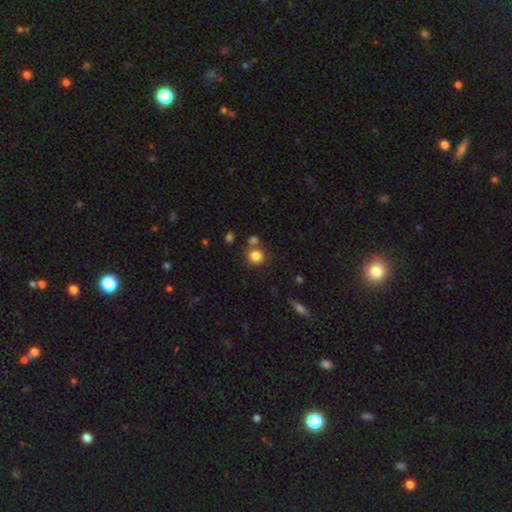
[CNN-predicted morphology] Smooth or featured?
  - smooth: 83% *
  - star or artifact: 11%
  - featured or disk: 6%
How rounded?
  - round: 86% *
  - in between: 13%
  - cigar-shaped: 1%
Merging?
  - none: 68% *
  - merger: 18%
  - minor disturbance: 10%
  - major disturbance: 4%